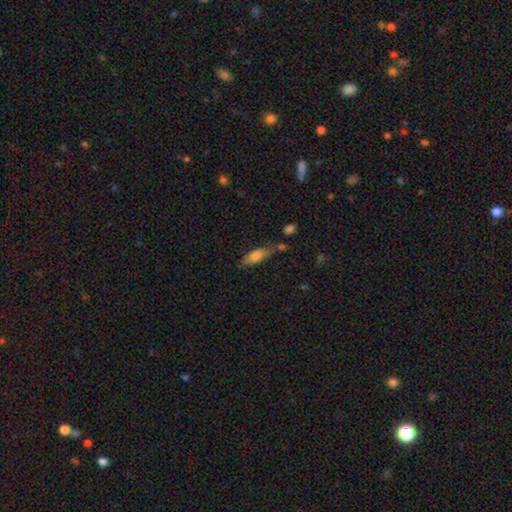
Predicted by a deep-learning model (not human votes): Smooth or featured: smooth — 75% (featured or disk — 17%)
How rounded: in between — 56% (cigar-shaped — 42%)
Merging: none — 60% (minor disturbance — 23%)